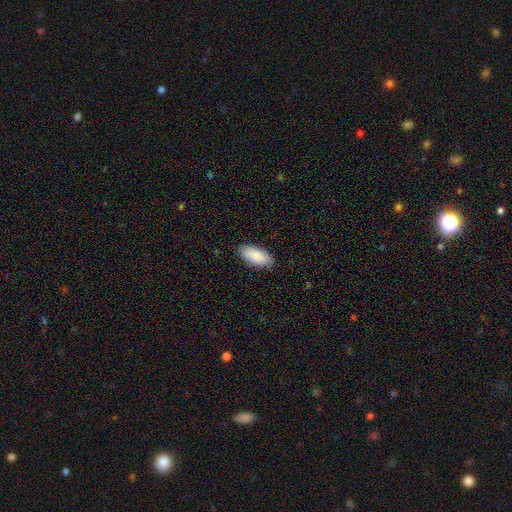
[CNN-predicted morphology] Smooth or featured? Predicted: smooth (p=0.89). How rounded? Predicted: in between (p=0.91). Merging? Predicted: none (p=0.87).